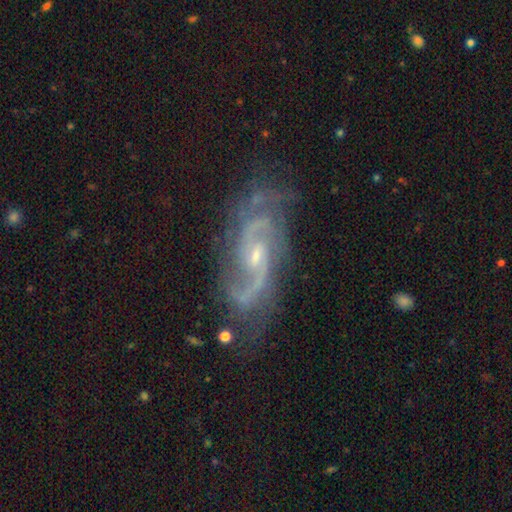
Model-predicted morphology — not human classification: The model was most divided on "bar": no: 51%, weak: 39%, strong: 10%. More confident: spiral arms — yes (98%); edge-on disk — no (96%); smooth or featured — featured or disk (88%); spiral arm count — 2 (79%); merging — none (75%); bulge size — small (62%); spiral winding — medium (52%).